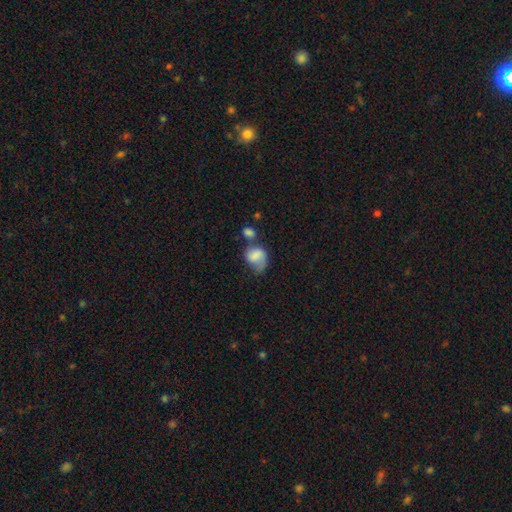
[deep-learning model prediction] The model was most divided on "merging": merger: 29%, none: 27%, minor disturbance: 24%, major disturbance: 20%. More confident: smooth or featured — smooth (70%); how rounded — in between (56%).